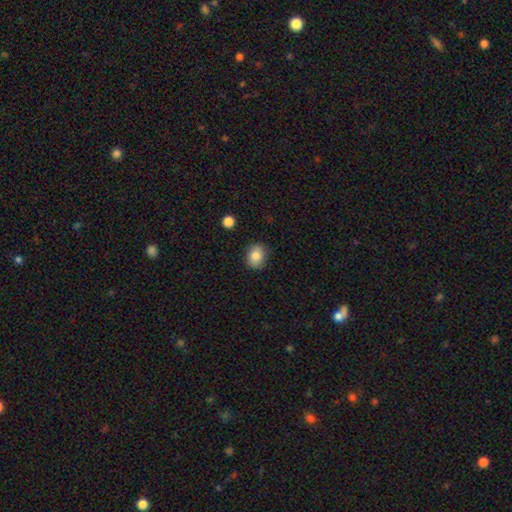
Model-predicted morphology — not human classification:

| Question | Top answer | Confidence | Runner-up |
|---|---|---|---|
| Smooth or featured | smooth | 83% | star or artifact (9%) |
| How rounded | round | 54% | in between (45%) |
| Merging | none | 87% | minor disturbance (9%) |